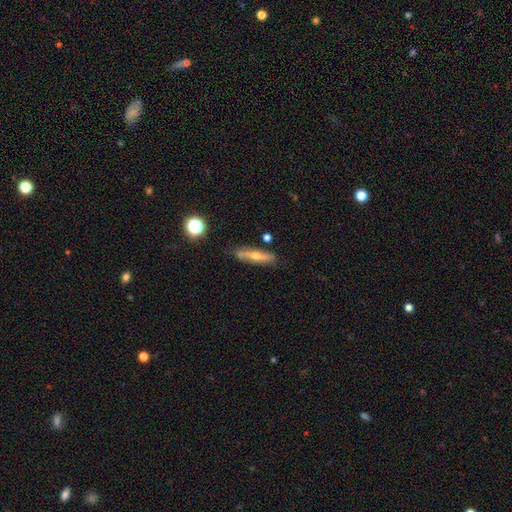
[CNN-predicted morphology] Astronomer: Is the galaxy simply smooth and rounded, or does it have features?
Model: featured or disk — 54% (runner-up: smooth, 36%).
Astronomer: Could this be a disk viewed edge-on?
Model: yes — 82%.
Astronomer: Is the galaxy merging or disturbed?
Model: none — 83%.